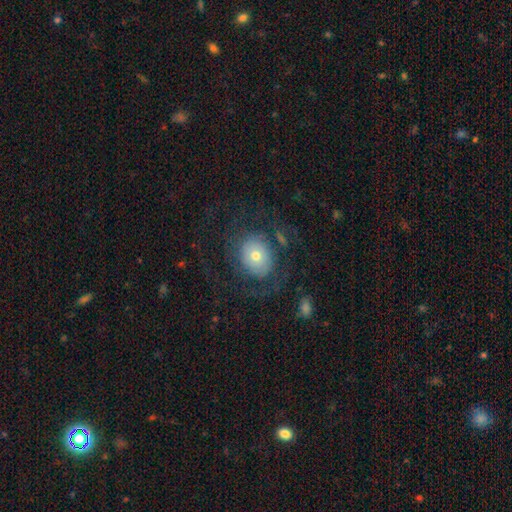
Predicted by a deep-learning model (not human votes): This is possibly a smooth galaxy (49%). Merging: likely none (66%).